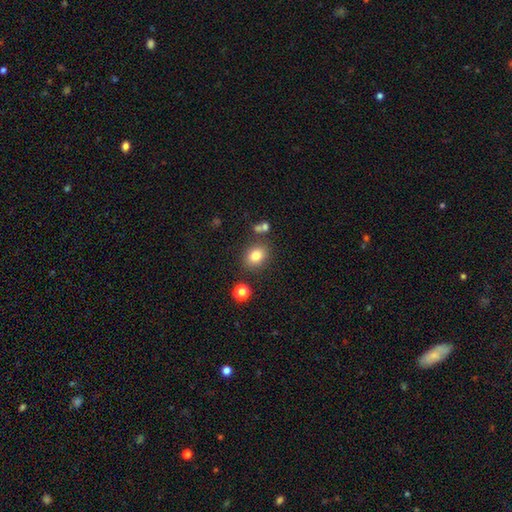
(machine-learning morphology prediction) type=smooth (81%); roundness=in between (52%); merging=none (79%).